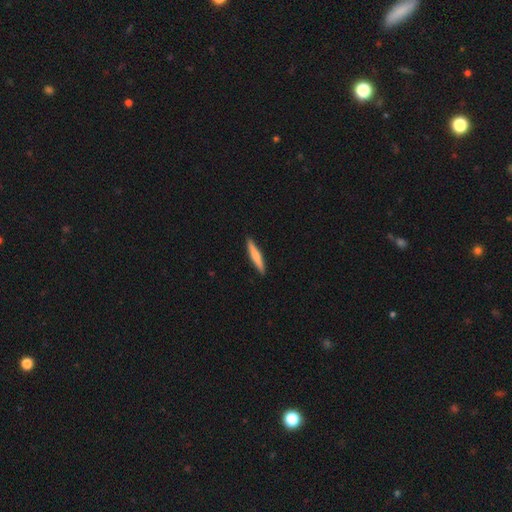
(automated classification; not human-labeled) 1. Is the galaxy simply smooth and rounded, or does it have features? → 62% smooth, 33% featured or disk, 5% star or artifact.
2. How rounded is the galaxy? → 92% cigar-shaped, 6% in between, 1% round.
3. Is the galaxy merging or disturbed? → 92% none, 6% minor disturbance, 1% major disturbance, 1% merger.